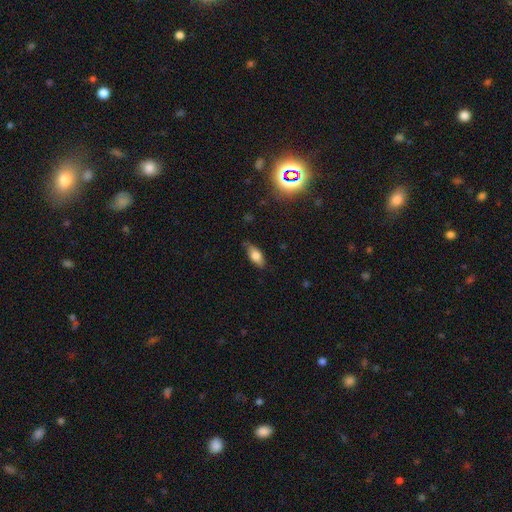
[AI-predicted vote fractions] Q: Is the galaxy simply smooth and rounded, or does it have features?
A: smooth — 73%.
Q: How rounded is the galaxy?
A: in between — 83%.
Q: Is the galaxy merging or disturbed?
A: none — 76%.